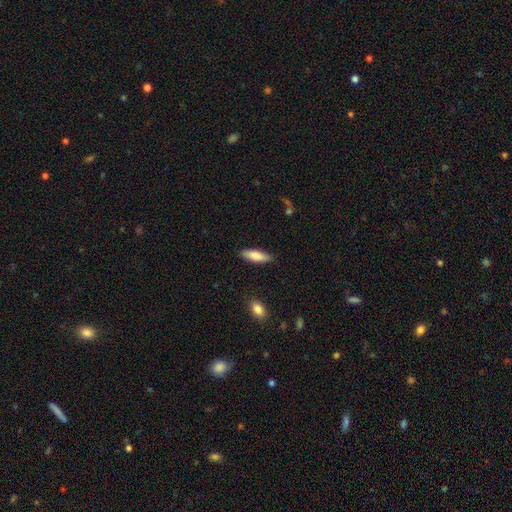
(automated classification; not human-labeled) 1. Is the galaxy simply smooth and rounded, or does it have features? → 80% smooth, 14% featured or disk, 6% star or artifact.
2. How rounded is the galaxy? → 50% cigar-shaped, 48% in between, 2% round.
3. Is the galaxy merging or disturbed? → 86% none, 10% minor disturbance, 2% major disturbance, 1% merger.